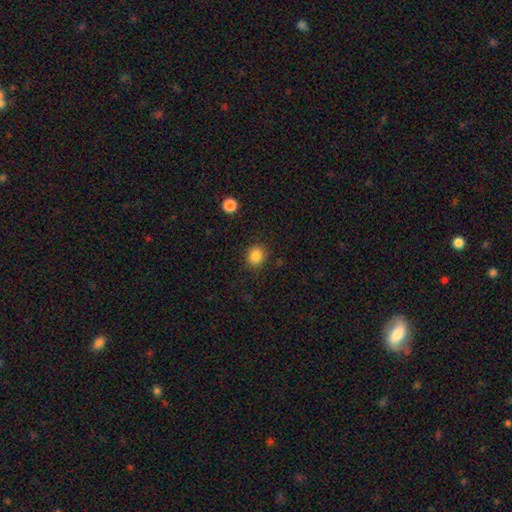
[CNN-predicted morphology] Smooth or featured?
  - smooth: 85% *
  - star or artifact: 10%
  - featured or disk: 5%
How rounded?
  - round: 81% *
  - in between: 18%
  - cigar-shaped: 1%
Merging?
  - none: 87% *
  - minor disturbance: 8%
  - major disturbance: 3%
  - merger: 1%